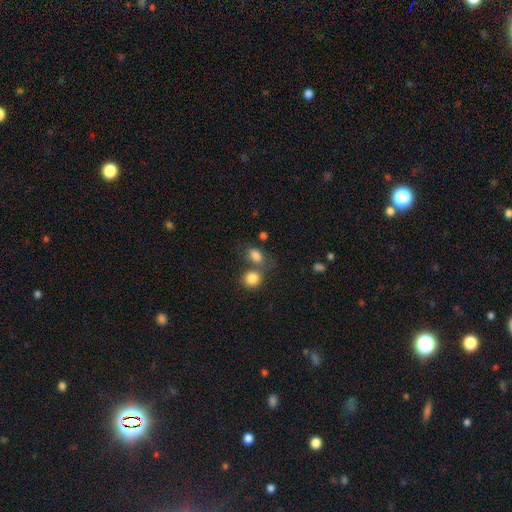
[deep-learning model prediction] Morphology: type=smooth (82%); roundness=in between (66%); merging=none (45%).